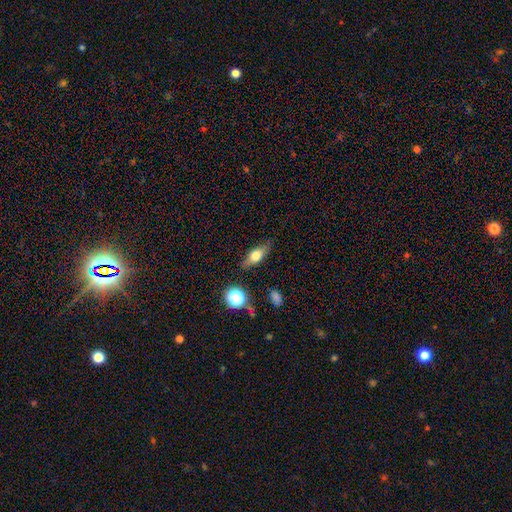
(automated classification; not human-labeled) smooth-or-featured: smooth: 61% | featured or disk: 30% | star or artifact: 9%
  how-rounded: in between: 66% | cigar-shaped: 25% | round: 9%
  merging: none: 79% | minor disturbance: 15% | major disturbance: 4% | merger: 2%